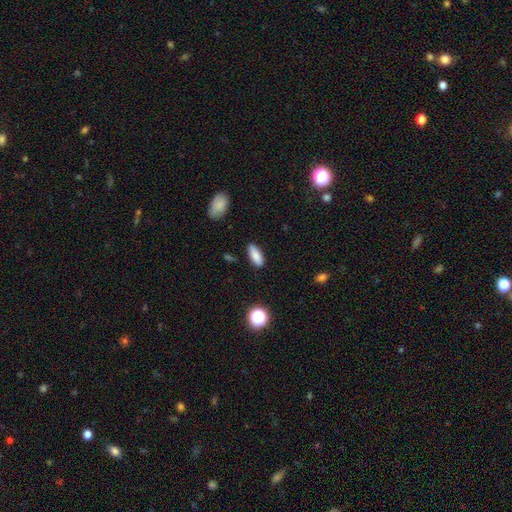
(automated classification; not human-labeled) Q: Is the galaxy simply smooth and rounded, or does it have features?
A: smooth — 84%.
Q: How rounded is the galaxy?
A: in between — 76%.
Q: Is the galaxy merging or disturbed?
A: none — 86%.